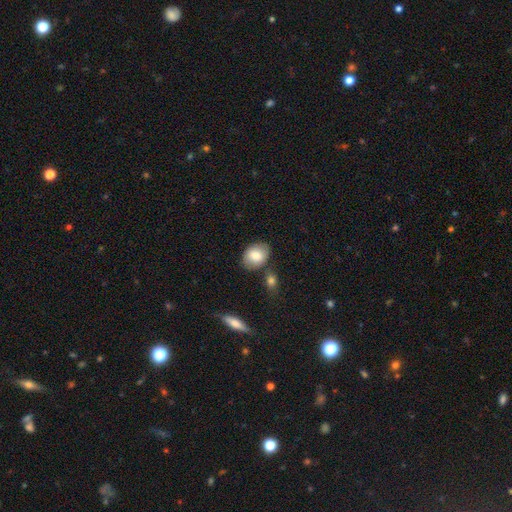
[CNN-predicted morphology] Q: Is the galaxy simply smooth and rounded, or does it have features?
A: smooth — 82%.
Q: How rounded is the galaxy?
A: in between — 69%.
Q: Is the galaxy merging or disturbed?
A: none — 71%.